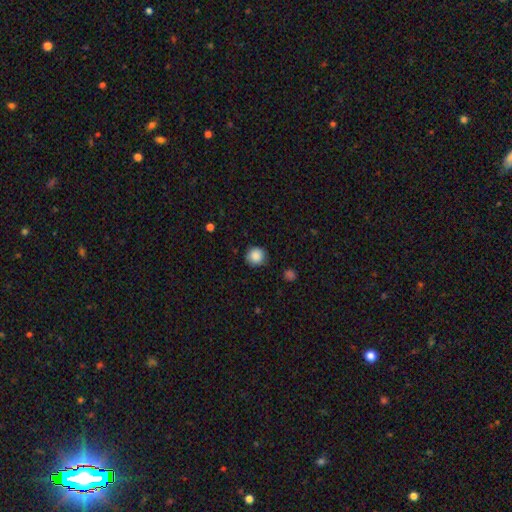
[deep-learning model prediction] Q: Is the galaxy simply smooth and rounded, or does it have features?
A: smooth — 87%.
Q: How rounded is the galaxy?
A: round — 93%.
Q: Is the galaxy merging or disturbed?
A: none — 85%.